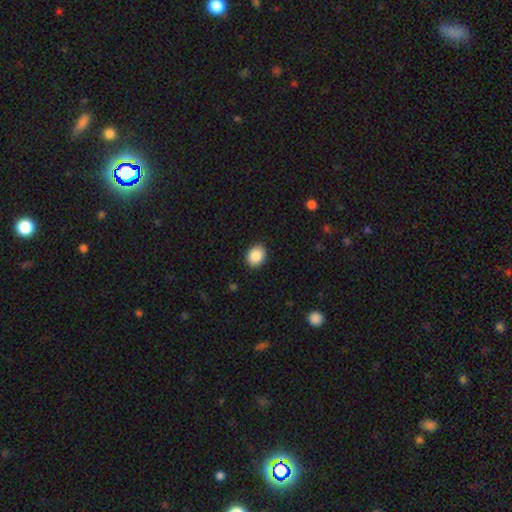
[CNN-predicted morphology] The model was most divided on "how rounded": in between: 52%, round: 47%, cigar-shaped: 1%. More confident: merging — none (90%); smooth or featured — smooth (88%).